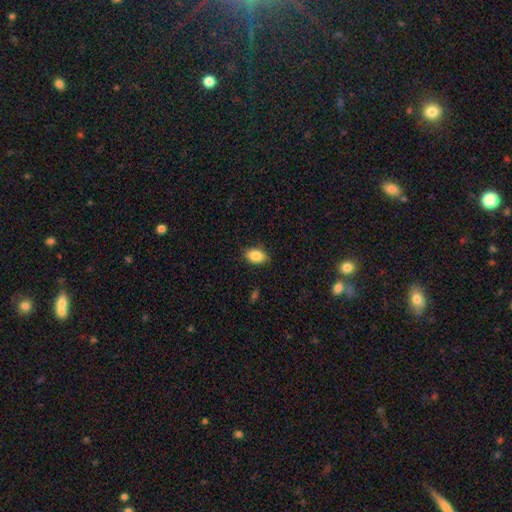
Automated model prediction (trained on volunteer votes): Smooth or featured? smooth (87%)
How rounded? in between (88%)
Merging? none (85%)